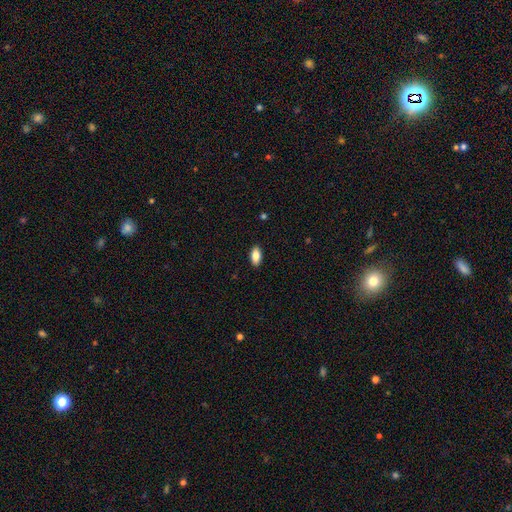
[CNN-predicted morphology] smooth-or-featured: smooth: 85% | featured or disk: 8% | star or artifact: 7%
  how-rounded: in between: 91% | cigar-shaped: 6% | round: 3%
  merging: none: 90% | minor disturbance: 8% | major disturbance: 2% | merger: 1%